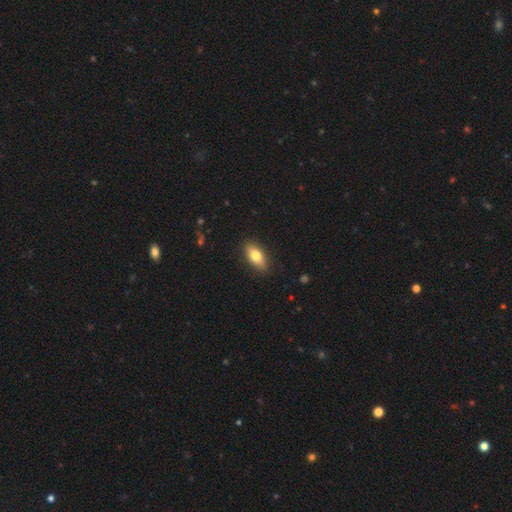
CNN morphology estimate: The model was most divided on "smooth or featured": smooth: 76%, featured or disk: 17%, star or artifact: 7%. More confident: merging — none (87%); how rounded — in between (84%).